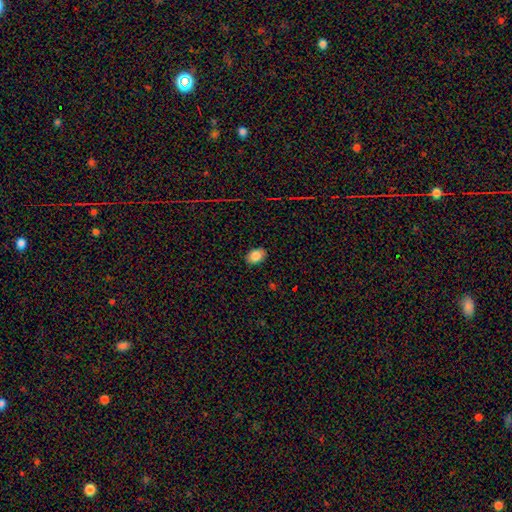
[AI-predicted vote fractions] A smooth galaxy with no disk features (85%) that is in between round and cigar-shaped (79%).

Vote fractions:
- Smooth or featured? smooth: 85% / star or artifact: 9% / featured or disk: 6%
- How rounded? in between: 79% / round: 19% / cigar-shaped: 1%
- Merging? none: 87% / minor disturbance: 10% / major disturbance: 2% / merger: 1%